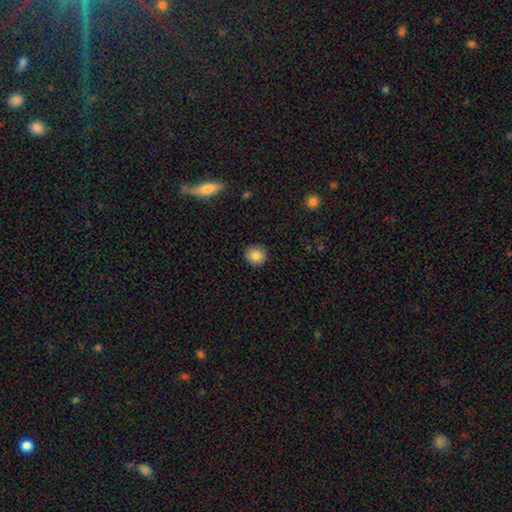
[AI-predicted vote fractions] smooth_or_featured: smooth (p=0.84) [alt: star or artifact p=0.09]
how_rounded: round (p=0.89) [alt: in between p=0.10]
merging: none (p=0.90) [alt: minor disturbance p=0.07]